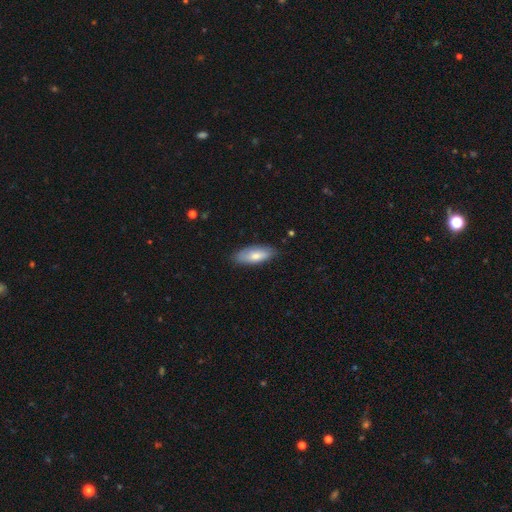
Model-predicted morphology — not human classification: Smooth or featured: smooth — 77% (featured or disk — 17%)
How rounded: in between — 74% (cigar-shaped — 24%)
Merging: none — 81% (minor disturbance — 15%)